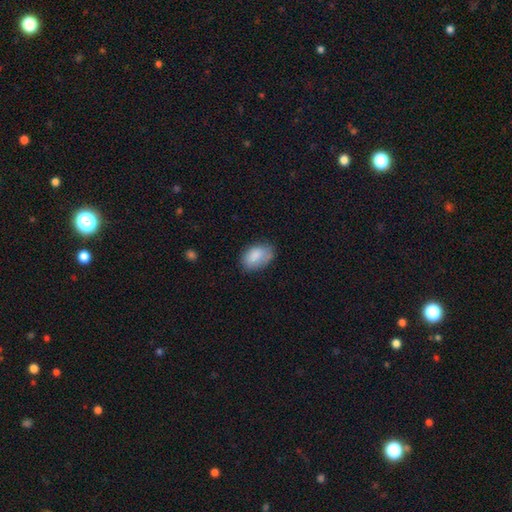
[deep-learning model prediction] Smooth or featured? smooth (84%)
How rounded? in between (91%)
Merging? none (68%)